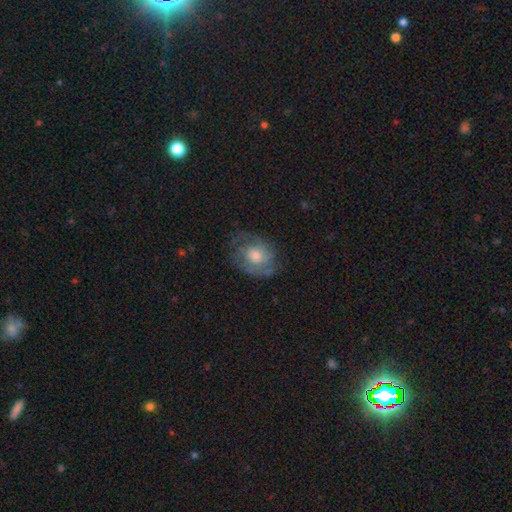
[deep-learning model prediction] This is likely a featured or disk galaxy (68%). It is clearly not viewed edge-on (97%). Bar: likely no (73%). Spiral arm pattern: clearly yes (86%). Spiral arm count: possibly 2 (50%). Spiral winding: marginally tight (44%). Central bulge: possibly moderate (58%). Merging: likely none (68%).